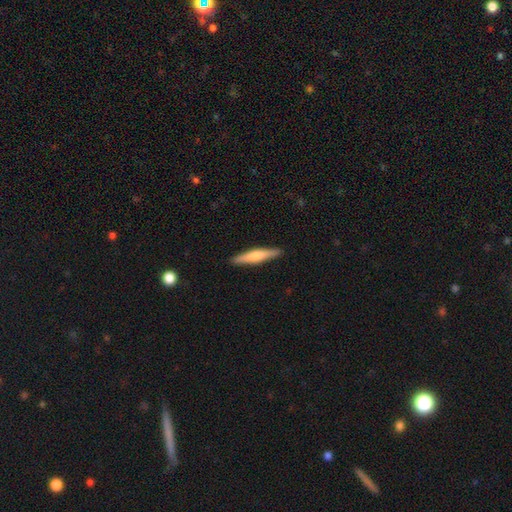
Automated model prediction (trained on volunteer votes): This is possibly a smooth galaxy (52%). How rounded: clearly cigar-shaped (89%). Merging: clearly none (91%).